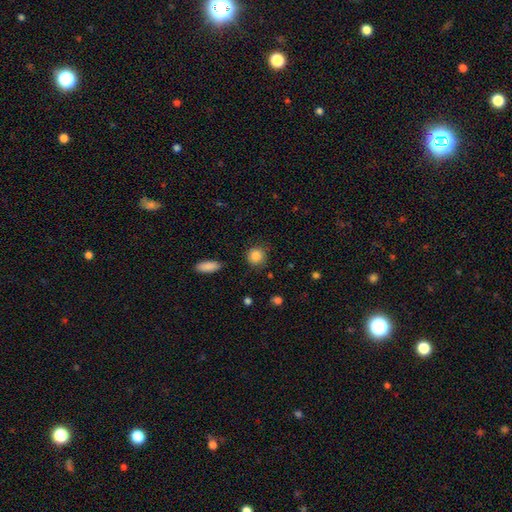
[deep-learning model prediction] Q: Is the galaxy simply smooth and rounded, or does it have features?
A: smooth — 86%.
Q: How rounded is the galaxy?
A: round — 90%.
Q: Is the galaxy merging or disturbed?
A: none — 85%.